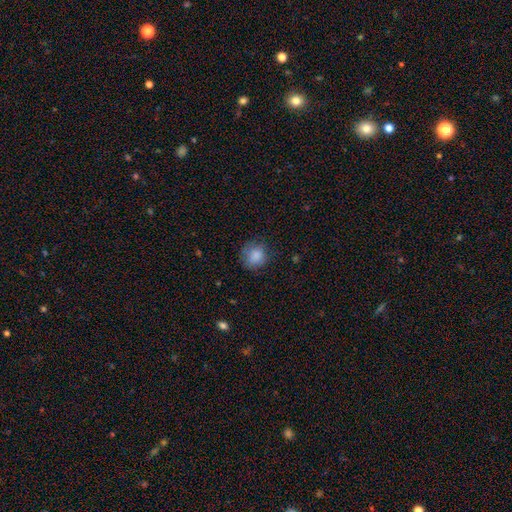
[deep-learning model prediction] smooth_or_featured: smooth (p=0.86) [alt: star or artifact p=0.09]
how_rounded: round (p=0.87) [alt: in between p=0.12]
merging: none (p=0.76) [alt: minor disturbance p=0.18]